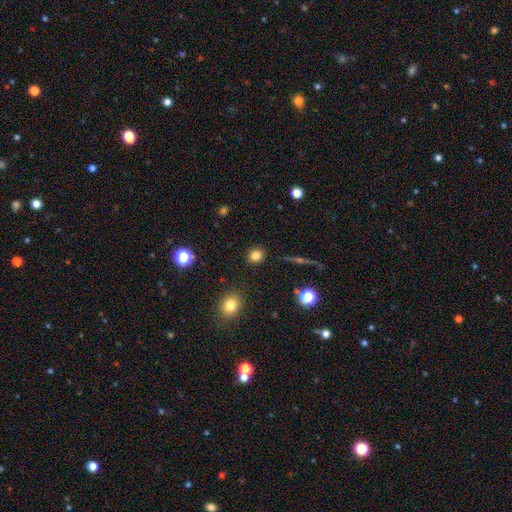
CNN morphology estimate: This is clearly a smooth galaxy (81%). How rounded: clearly round (82%). Merging: clearly none (90%).